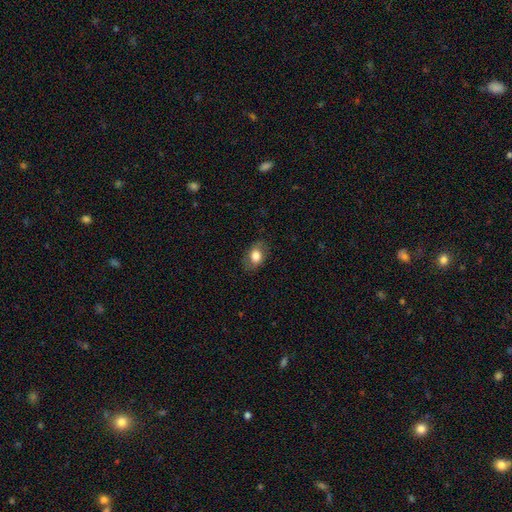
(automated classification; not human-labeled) A smooth galaxy with no disk features (78%) that is in between round and cigar-shaped (77%).

Vote fractions:
- Smooth or featured? smooth: 78% / featured or disk: 14% / star or artifact: 8%
- How rounded? in between: 77% / round: 21% / cigar-shaped: 1%
- Merging? none: 79% / minor disturbance: 16% / major disturbance: 5% / merger: 1%